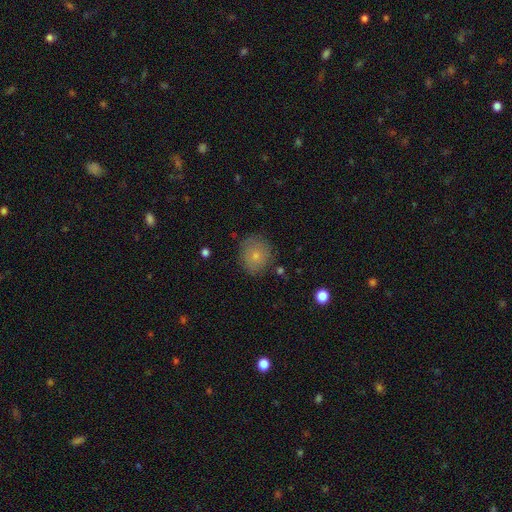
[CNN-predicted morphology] The model was most divided on "smooth or featured": smooth: 70%, featured or disk: 21%, star or artifact: 9%. More confident: merging — none (79%); how rounded — round (79%).